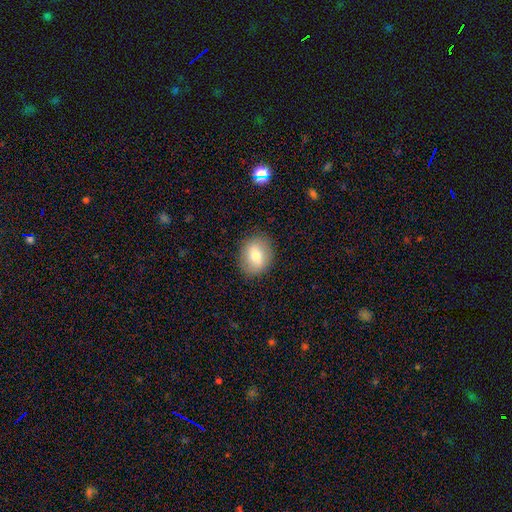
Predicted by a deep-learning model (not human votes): smooth-or-featured: smooth: 71% | featured or disk: 20% | star or artifact: 8%
  how-rounded: round: 55% | in between: 44% | cigar-shaped: 1%
  merging: none: 86% | minor disturbance: 10% | major disturbance: 3% | merger: 1%